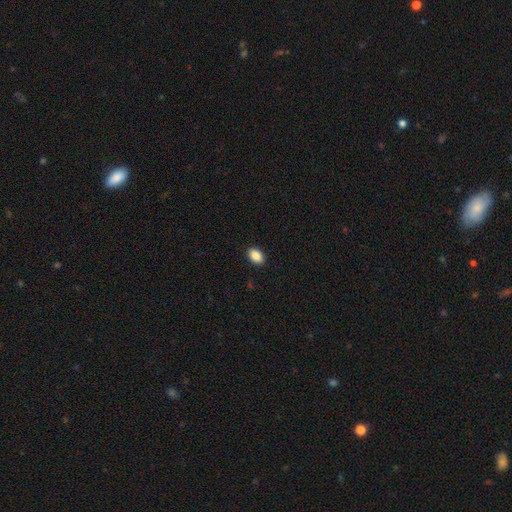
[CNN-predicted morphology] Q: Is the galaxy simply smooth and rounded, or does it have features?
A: smooth — 89%.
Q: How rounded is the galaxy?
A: in between — 89%.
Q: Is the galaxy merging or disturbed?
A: none — 91%.